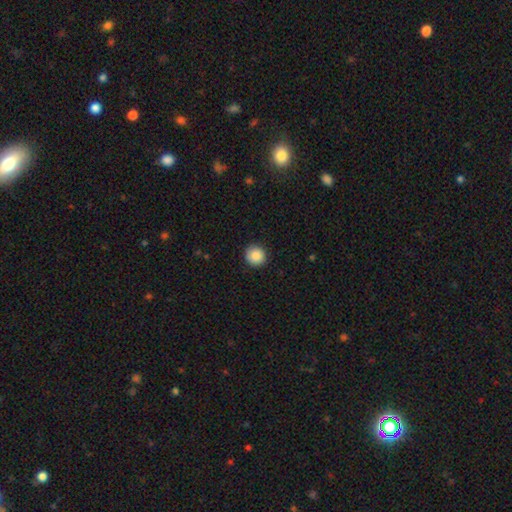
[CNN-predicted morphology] smooth 88%, star or artifact 8%, featured or disk 4%. Down the decision tree: how rounded — round (94%); merging — none (91%).